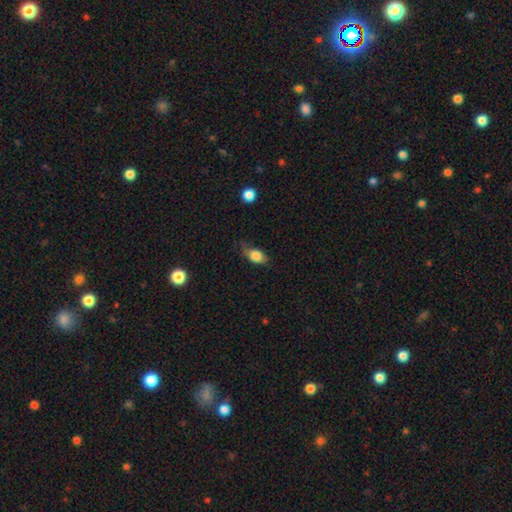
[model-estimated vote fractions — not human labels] A smooth galaxy with no disk features (81%) that is in between round and cigar-shaped (84%).

Vote fractions:
- Smooth or featured? smooth: 81% / featured or disk: 11% / star or artifact: 8%
- How rounded? in between: 84% / round: 12% / cigar-shaped: 4%
- Merging? none: 55% / minor disturbance: 33% / major disturbance: 11% / merger: 2%